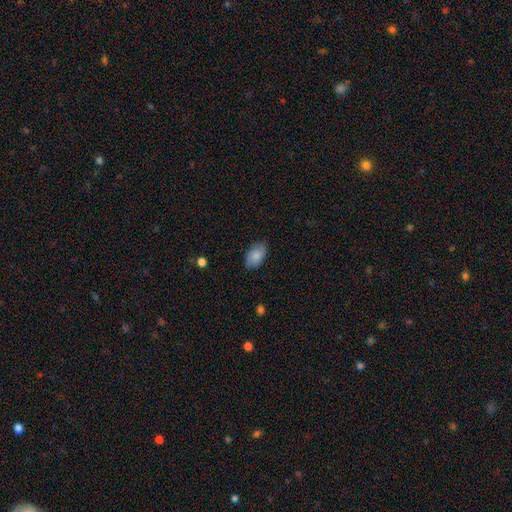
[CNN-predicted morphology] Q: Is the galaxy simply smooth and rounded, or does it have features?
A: smooth — 83%.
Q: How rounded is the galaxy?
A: in between — 91%.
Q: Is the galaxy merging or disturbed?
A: none — 81%.